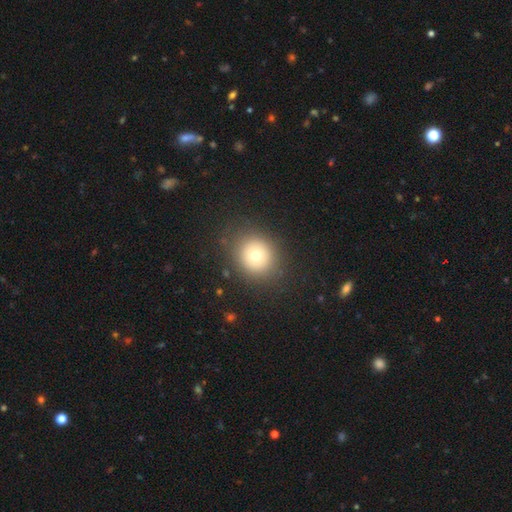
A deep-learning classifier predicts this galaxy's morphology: A smooth galaxy with no disk features (72%) that is round (83%). Merging: none (84%).